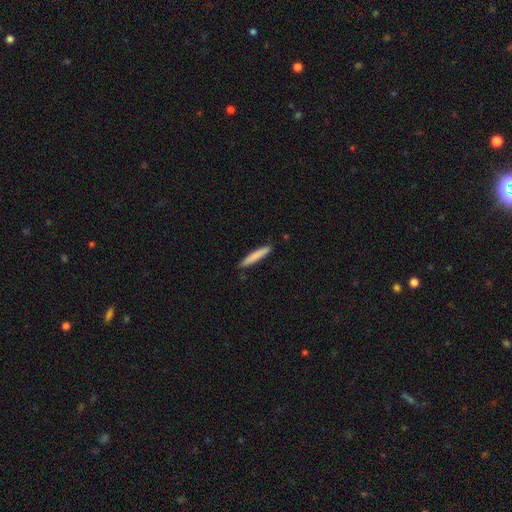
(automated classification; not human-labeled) Smooth or featured?
  - smooth: 82% *
  - featured or disk: 13%
  - star or artifact: 5%
How rounded?
  - cigar-shaped: 94% *
  - in between: 5%
  - round: 1%
Merging?
  - none: 89% *
  - minor disturbance: 8%
  - major disturbance: 1%
  - merger: 1%